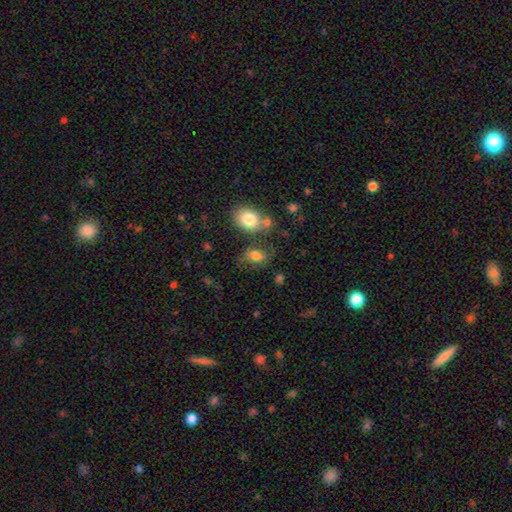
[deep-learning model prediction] Smooth or featured? smooth (75%)
How rounded? in between (82%)
Merging? none (54%)